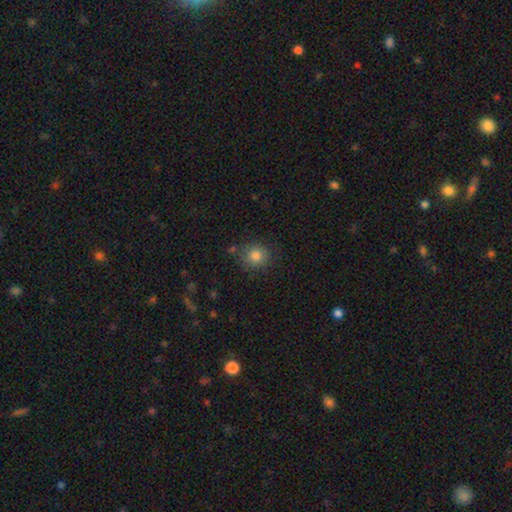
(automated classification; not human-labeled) Smooth or featured? Predicted: smooth (p=0.82). How rounded? Predicted: round (p=0.88). Merging? Predicted: none (p=0.81).